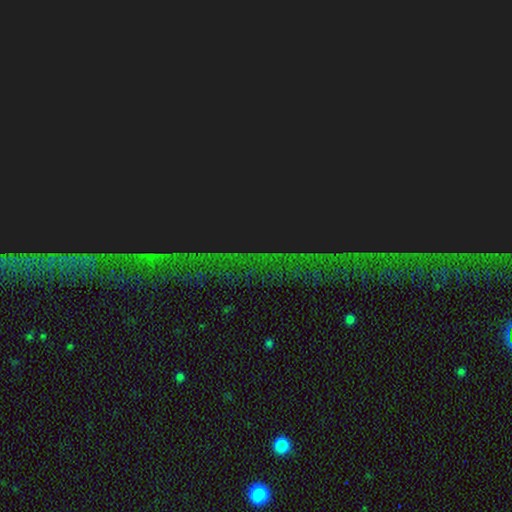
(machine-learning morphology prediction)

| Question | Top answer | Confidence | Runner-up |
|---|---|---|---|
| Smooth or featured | star or artifact | 83% | featured or disk (8%) |